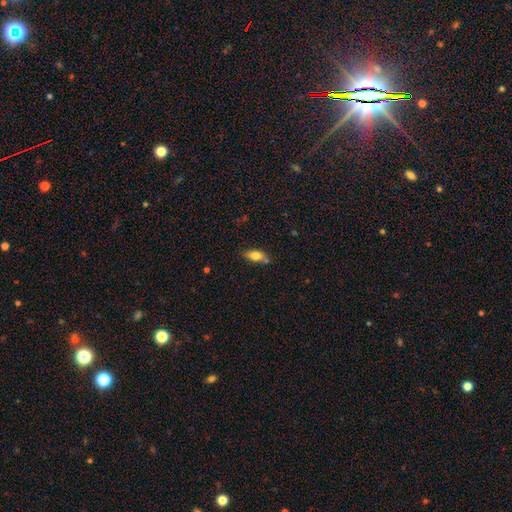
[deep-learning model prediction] smooth 77%, featured or disk 15%, star or artifact 8%. Down the decision tree: how rounded — in between (85%); merging — none (66%).